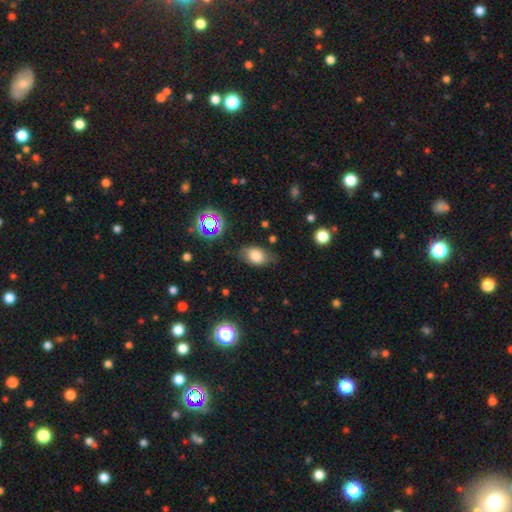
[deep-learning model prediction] Smooth or featured: smooth — 76% (featured or disk — 13%)
How rounded: in between — 83% (round — 15%)
Merging: none — 72% (minor disturbance — 21%)